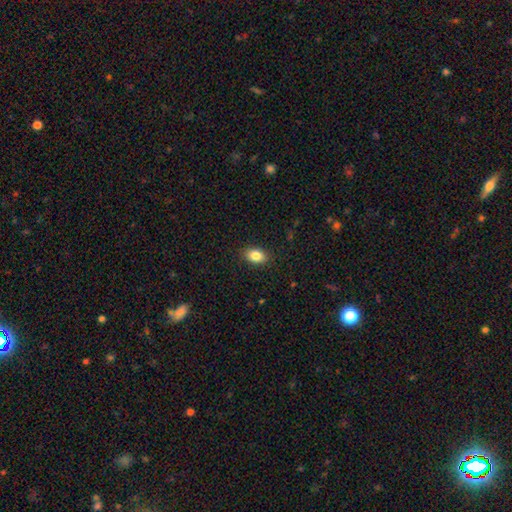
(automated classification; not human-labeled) smooth_or_featured: smooth (p=0.84) [alt: star or artifact p=0.09]
how_rounded: in between (p=0.82) [alt: round p=0.16]
merging: none (p=0.88) [alt: minor disturbance p=0.09]